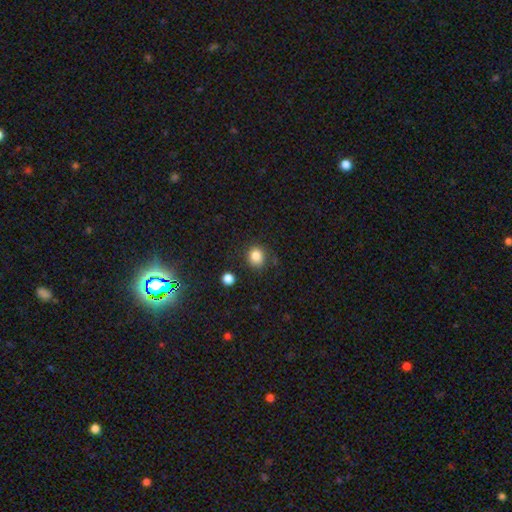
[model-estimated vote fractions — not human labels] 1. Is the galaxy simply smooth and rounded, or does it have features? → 84% smooth, 11% star or artifact, 5% featured or disk.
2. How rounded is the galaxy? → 80% round, 19% in between, 1% cigar-shaped.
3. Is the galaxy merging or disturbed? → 80% none, 13% minor disturbance, 4% major disturbance, 4% merger.